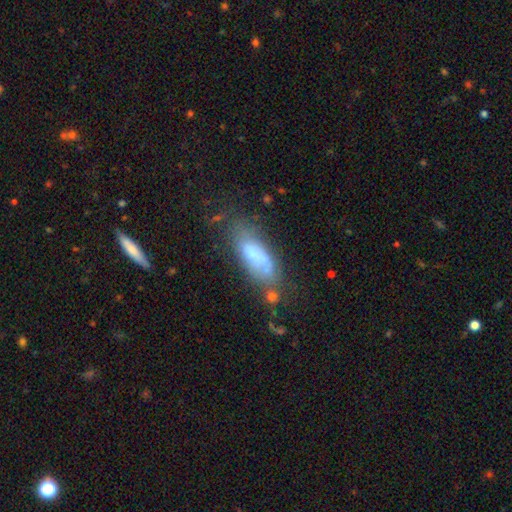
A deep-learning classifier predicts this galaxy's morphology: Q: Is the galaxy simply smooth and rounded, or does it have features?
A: smooth — 59%.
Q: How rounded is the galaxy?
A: in between — 69%.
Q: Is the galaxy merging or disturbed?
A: none — 46%.